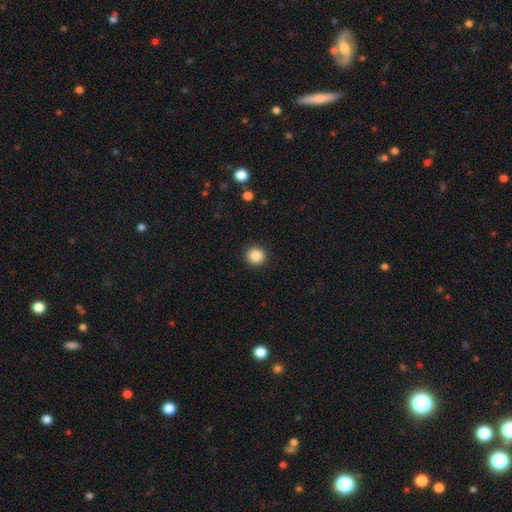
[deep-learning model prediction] This appears to be a smooth galaxy with no disk features (87%) that is round (94%). Merging: none (92%).